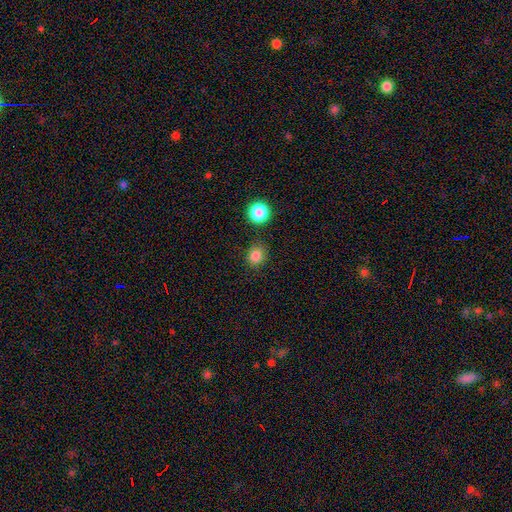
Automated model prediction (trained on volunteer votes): Smooth or featured? smooth (83%)
How rounded? round (71%)
Merging? none (80%)